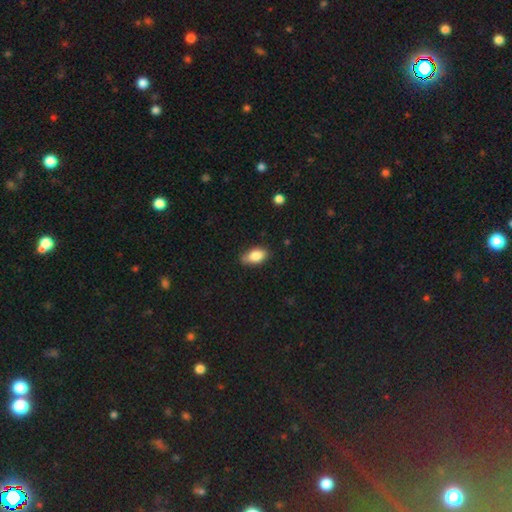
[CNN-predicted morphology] Smooth or featured? smooth (84%)
How rounded? in between (90%)
Merging? none (71%)